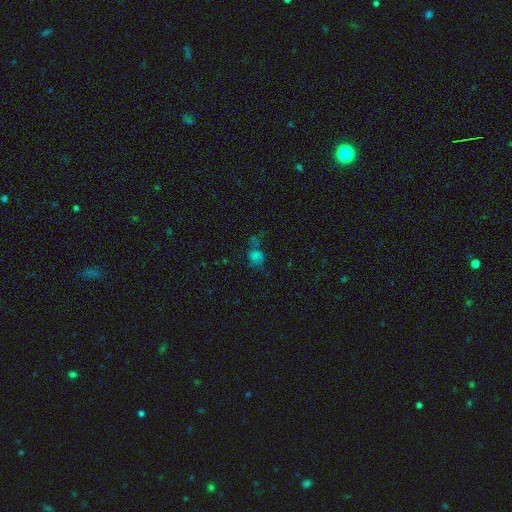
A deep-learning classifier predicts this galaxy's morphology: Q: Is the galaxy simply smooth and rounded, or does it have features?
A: smooth — 50%.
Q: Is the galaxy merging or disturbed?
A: none — 47%.